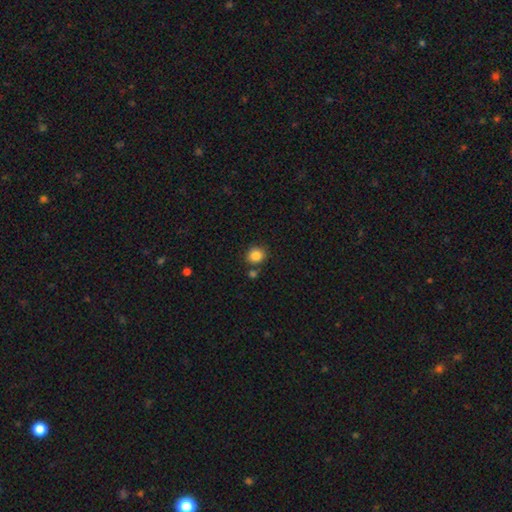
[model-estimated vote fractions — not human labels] Smooth or featured? Predicted: smooth (p=0.86). How rounded? Predicted: round (p=0.82). Merging? Predicted: none (p=0.78).